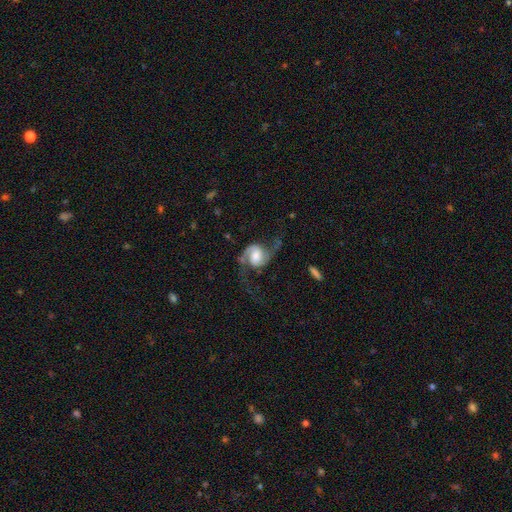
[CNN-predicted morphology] The model was most divided on "bulge size": moderate: 39%, large: 35%, small: 13%, none: 7%, dominant: 6%. More confident: edge-on disk — no (98%); spiral arms — yes (97%); spiral arm count — 2 (92%); smooth or featured — featured or disk (88%); merging — none (62%); spiral winding — loose (57%); bar — no (53%).